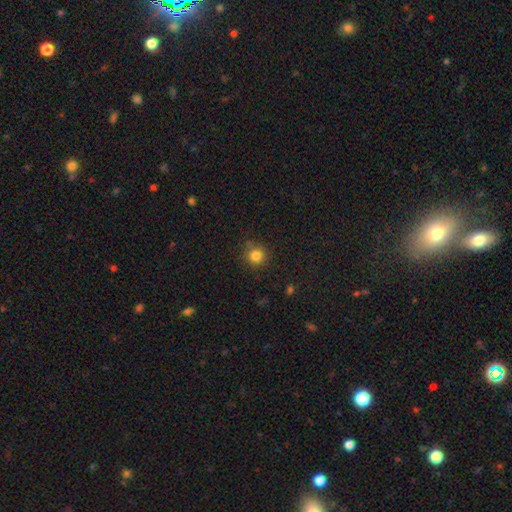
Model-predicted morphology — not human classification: Smooth or featured: smooth — 83% (star or artifact — 12%)
How rounded: round — 92% (in between — 7%)
Merging: none — 84% (minor disturbance — 11%)